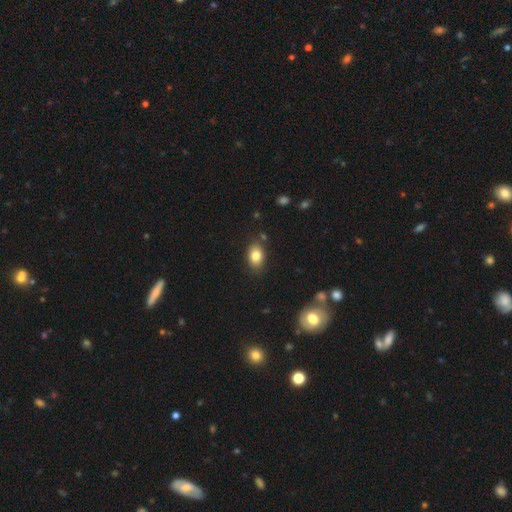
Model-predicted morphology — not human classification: smooth_or_featured: smooth (p=0.82) [alt: star or artifact p=0.09]
how_rounded: in between (p=0.79) [alt: round p=0.19]
merging: none (p=0.82) [alt: minor disturbance p=0.12]